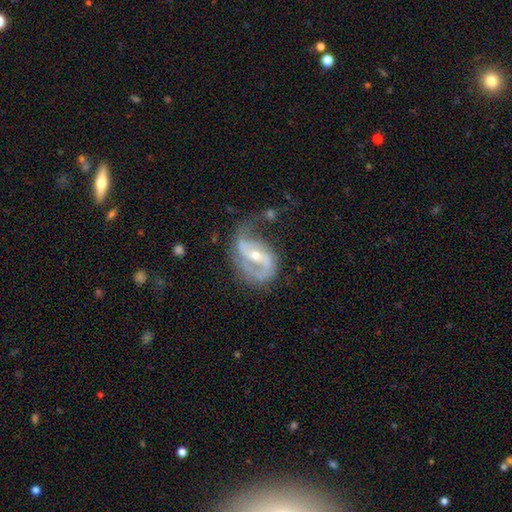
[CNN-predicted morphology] type=featured or disk (87%); edge-on=no (97%); bar=strong (39%, tied with weak); spiral arms=yes (93%); winding=medium (46%); arm count=2 (74%); bulge=moderate (49%); merging=none (40%).